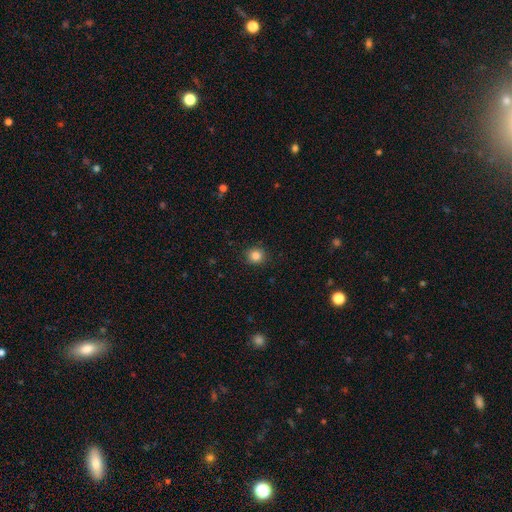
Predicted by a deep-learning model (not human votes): The model was most divided on "smooth or featured": smooth: 84%, star or artifact: 11%, featured or disk: 5%. More confident: how rounded — round (90%); merging — none (90%).